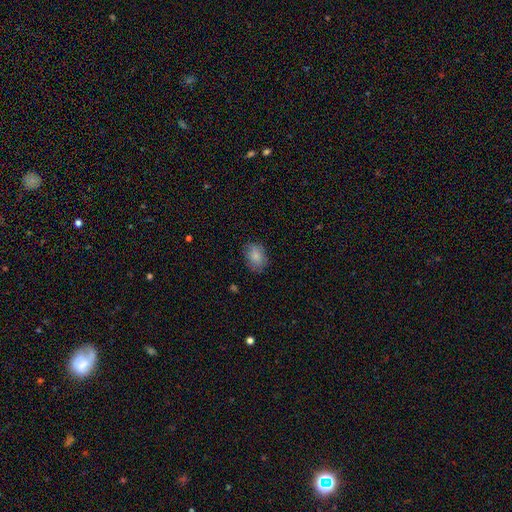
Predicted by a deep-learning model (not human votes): This is clearly a smooth galaxy (83%). How rounded: likely in between (75%). Merging: likely none (77%).